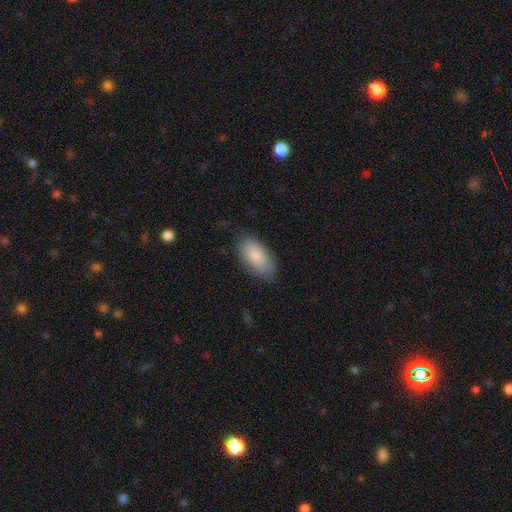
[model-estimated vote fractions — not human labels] A smooth galaxy with no disk features (86%) that is in between round and cigar-shaped (93%). Merging: none (79%).